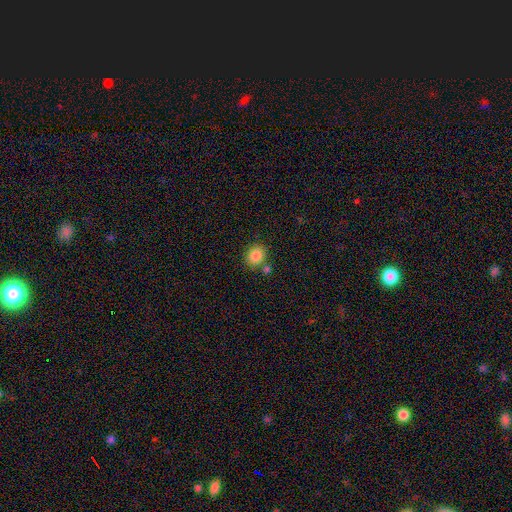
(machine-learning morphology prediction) Overall: smooth (86%). How rounded: round (69%; in between 30%). Merging: none (73%).